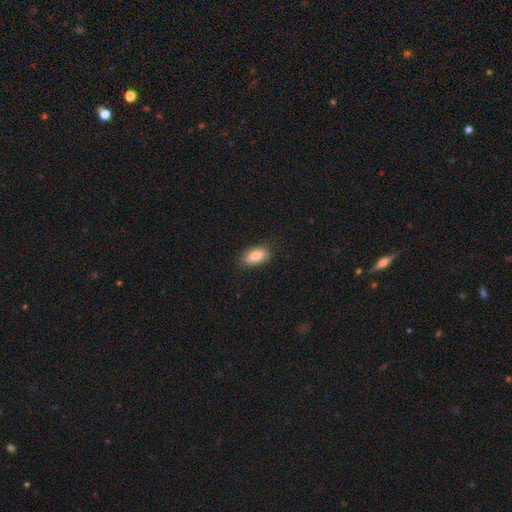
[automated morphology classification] Smooth or featured? Predicted: smooth (p=0.85). How rounded? Predicted: in between (p=0.89). Merging? Predicted: none (p=0.83).